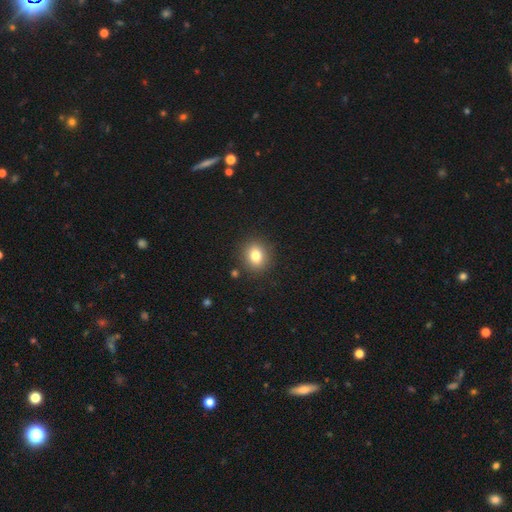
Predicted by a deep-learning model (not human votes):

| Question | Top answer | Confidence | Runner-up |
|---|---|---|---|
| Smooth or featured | smooth | 81% | star or artifact (11%) |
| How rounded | round | 72% | in between (28%) |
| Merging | none | 88% | minor disturbance (7%) |